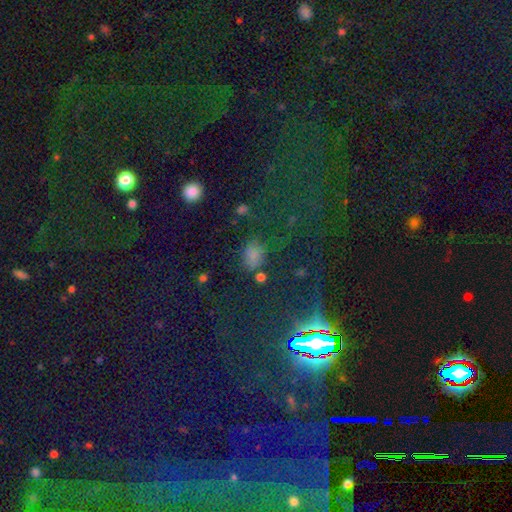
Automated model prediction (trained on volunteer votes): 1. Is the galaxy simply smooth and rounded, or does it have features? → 54% smooth, 37% star or artifact, 9% featured or disk.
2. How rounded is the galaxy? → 69% in between, 29% round, 3% cigar-shaped.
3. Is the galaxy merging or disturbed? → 71% none, 16% minor disturbance, 8% major disturbance, 5% merger.